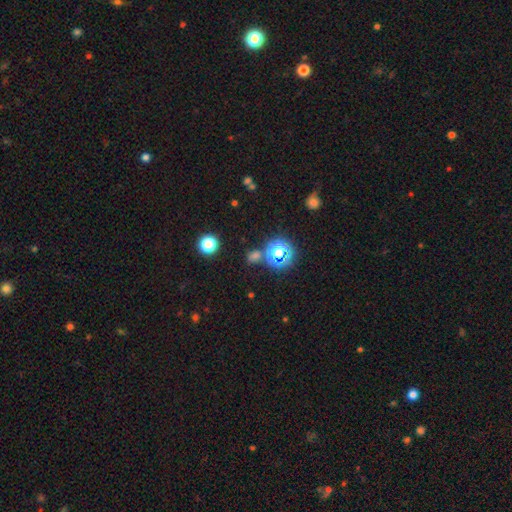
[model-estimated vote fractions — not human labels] Morphology: type=smooth (52%); roundness=round (71%); merging=none (72%).